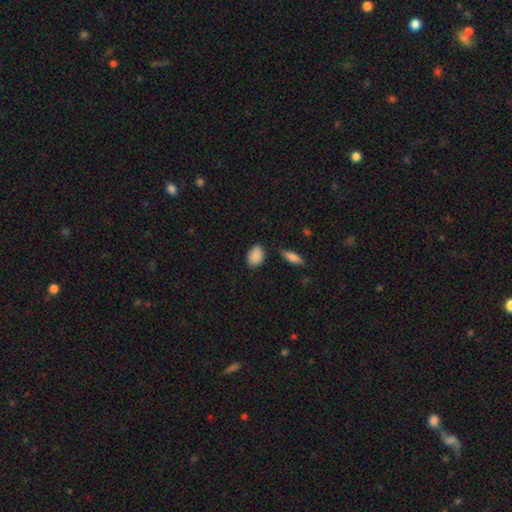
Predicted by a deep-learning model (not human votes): smooth-or-featured: smooth: 89% | star or artifact: 7% | featured or disk: 4%
  how-rounded: in between: 80% | round: 18% | cigar-shaped: 2%
  merging: none: 80% | minor disturbance: 14% | merger: 3% | major disturbance: 3%